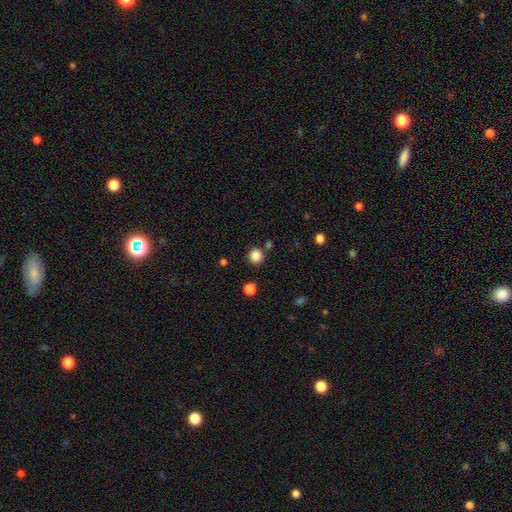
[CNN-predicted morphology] type=smooth (85%); roundness=round (92%); merging=none (84%).